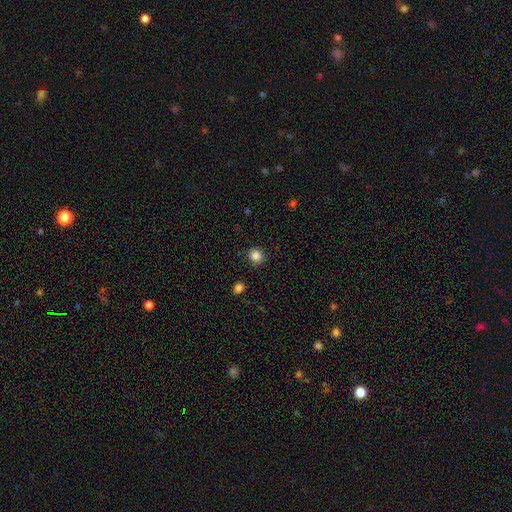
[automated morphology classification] A smooth galaxy with no disk features (85%) that is round (83%).

Vote fractions:
- Smooth or featured? smooth: 85% / star or artifact: 11% / featured or disk: 3%
- How rounded? round: 83% / in between: 16% / cigar-shaped: 1%
- Merging? none: 89% / minor disturbance: 8% / major disturbance: 2% / merger: 2%